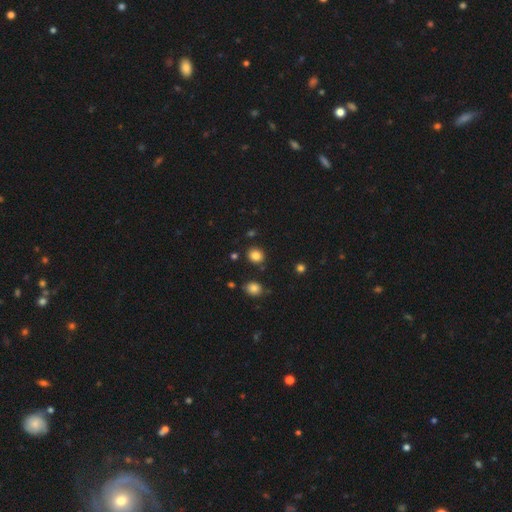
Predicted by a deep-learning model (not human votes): smooth-or-featured: smooth: 83% | star or artifact: 12% | featured or disk: 5%
  how-rounded: round: 75% | in between: 24% | cigar-shaped: 1%
  merging: none: 85% | minor disturbance: 8% | merger: 4% | major disturbance: 3%